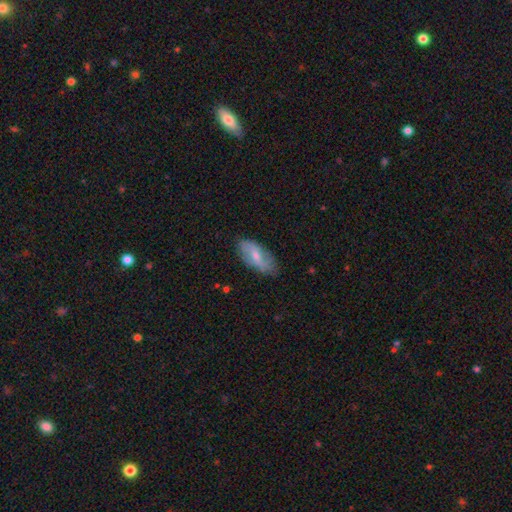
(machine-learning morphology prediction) Smooth or featured? smooth (47%, tied with featured or disk)
Merging? none (76%)